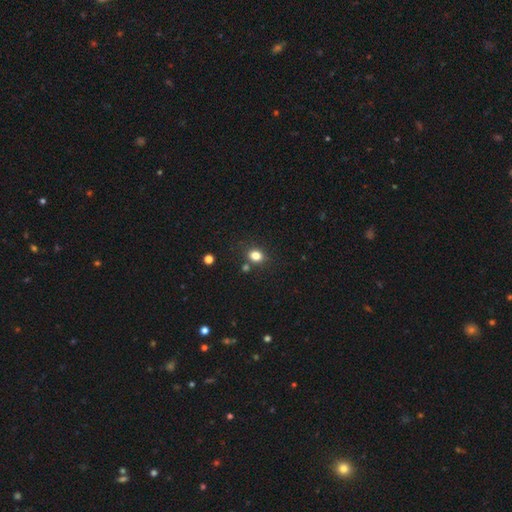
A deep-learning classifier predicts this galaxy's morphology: smooth 80%, star or artifact 14%, featured or disk 6%. Down the decision tree: how rounded — round (51%); merging — none (77%).